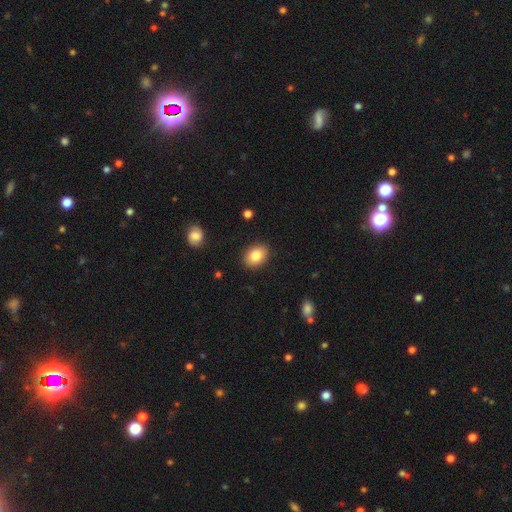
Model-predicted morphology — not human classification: Smooth or featured?
  - smooth: 84% *
  - star or artifact: 8%
  - featured or disk: 8%
How rounded?
  - in between: 69% *
  - round: 30%
  - cigar-shaped: 1%
Merging?
  - none: 88% *
  - minor disturbance: 8%
  - major disturbance: 2%
  - merger: 1%